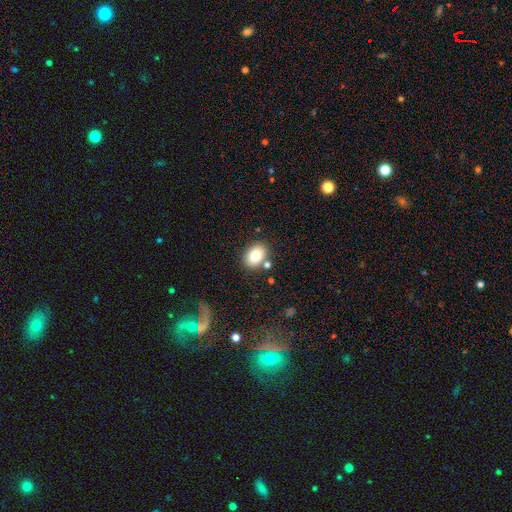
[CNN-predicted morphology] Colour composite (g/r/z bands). It shows a smooth galaxy with no disk features (83%) that is in between round and cigar-shaped (73%). Merging: none (77%).